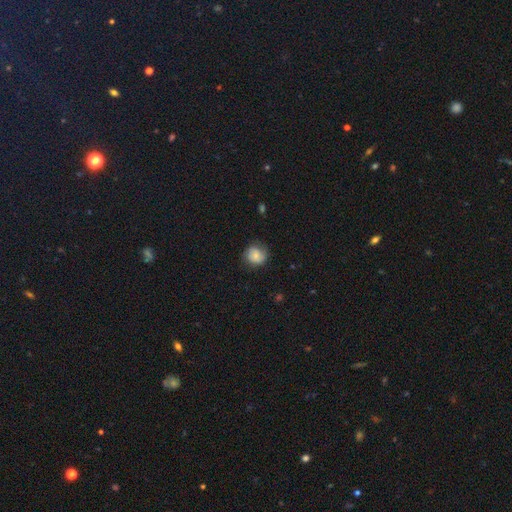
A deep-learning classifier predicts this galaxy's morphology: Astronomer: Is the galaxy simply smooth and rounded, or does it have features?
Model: smooth — 63%.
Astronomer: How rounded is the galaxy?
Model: round — 82%.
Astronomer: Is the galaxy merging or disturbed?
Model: none — 73%.